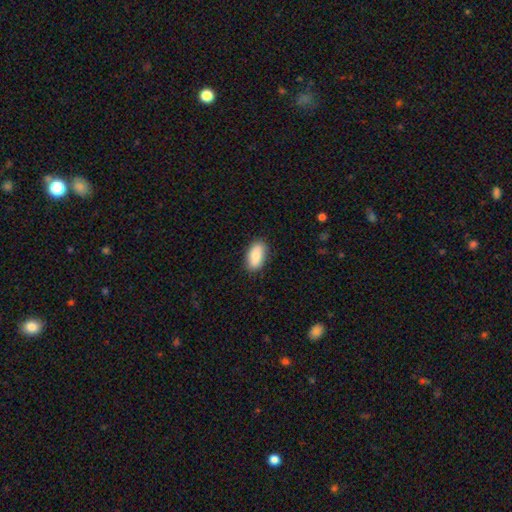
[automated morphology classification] A smooth galaxy with no disk features (86%) that is in between round and cigar-shaped (92%).

Vote fractions:
- Smooth or featured? smooth: 86% / featured or disk: 8% / star or artifact: 6%
- How rounded? in between: 92% / cigar-shaped: 4% / round: 4%
- Merging? none: 86% / minor disturbance: 11% / major disturbance: 2% / merger: 1%